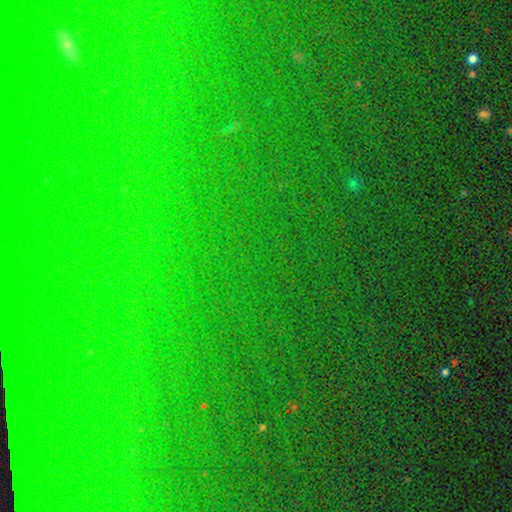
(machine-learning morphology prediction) A star or artifact, not a galaxy (80%).